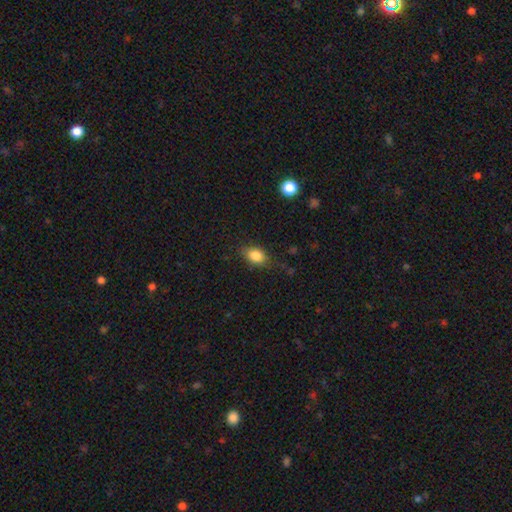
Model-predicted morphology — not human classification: A smooth galaxy with no disk features (83%) that is in between round and cigar-shaped (71%).

Vote fractions:
- Smooth or featured? smooth: 83% / star or artifact: 9% / featured or disk: 8%
- How rounded? in between: 71% / round: 26% / cigar-shaped: 2%
- Merging? none: 73% / minor disturbance: 19% / major disturbance: 6% / merger: 2%